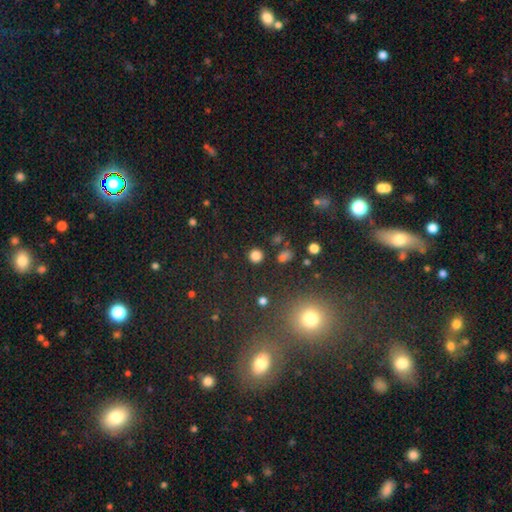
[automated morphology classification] The model was most divided on "smooth or featured": smooth: 81%, star or artifact: 15%, featured or disk: 4%. More confident: how rounded — round (91%); merging — none (88%).